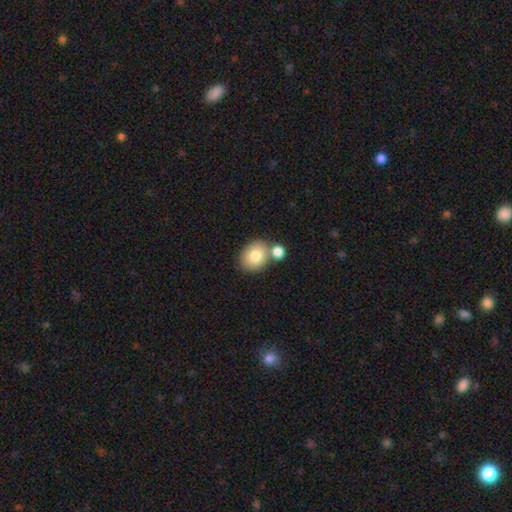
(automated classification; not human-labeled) smooth 80%, featured or disk 12%, star or artifact 8%. Down the decision tree: how rounded — in between (52%); merging — none (57%).